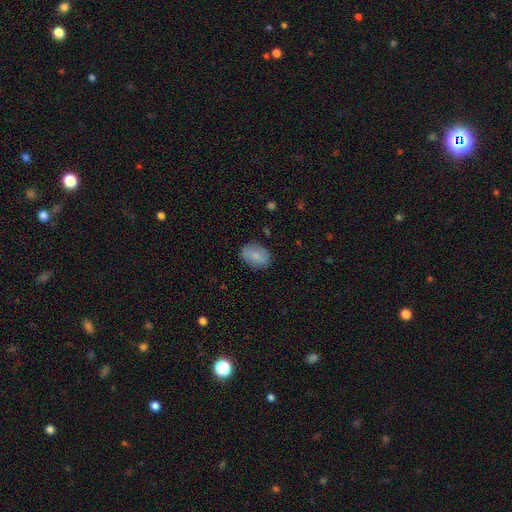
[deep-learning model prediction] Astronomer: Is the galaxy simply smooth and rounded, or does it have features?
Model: smooth — 81%.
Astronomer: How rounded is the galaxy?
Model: in between — 81%.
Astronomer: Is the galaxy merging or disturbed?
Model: none — 84%.